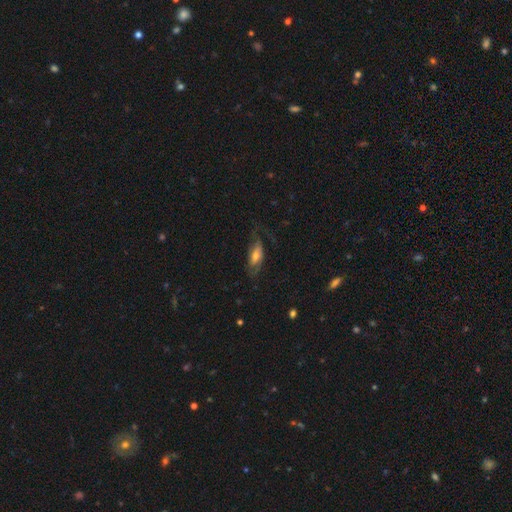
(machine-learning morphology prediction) smooth-or-featured: featured or disk: 51% | smooth: 42% | star or artifact: 7%
  disk-edge-on: no: 84% | yes: 16%
  merging: none: 53% | major disturbance: 23% | minor disturbance: 22% | merger: 2%